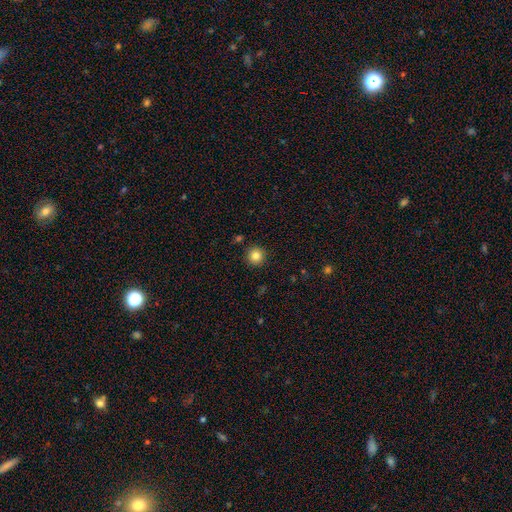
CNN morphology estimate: A smooth galaxy with no disk features (84%) that is round (95%). Merging: none (91%).